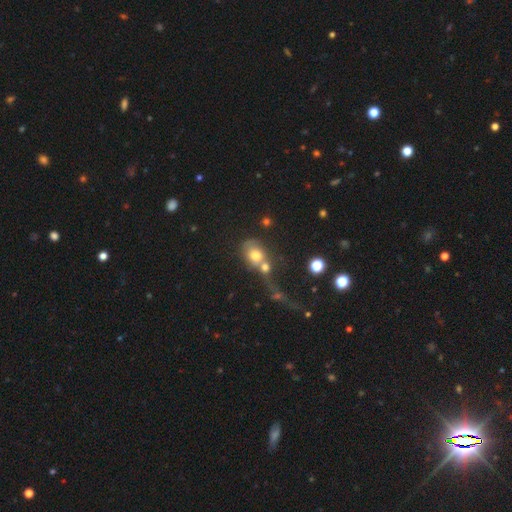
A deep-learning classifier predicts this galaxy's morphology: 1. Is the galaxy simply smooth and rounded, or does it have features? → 68% smooth, 20% featured or disk, 12% star or artifact.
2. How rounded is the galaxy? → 50% round, 48% in between, 2% cigar-shaped.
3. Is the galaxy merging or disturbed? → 62% merger, 18% none, 12% major disturbance, 8% minor disturbance.